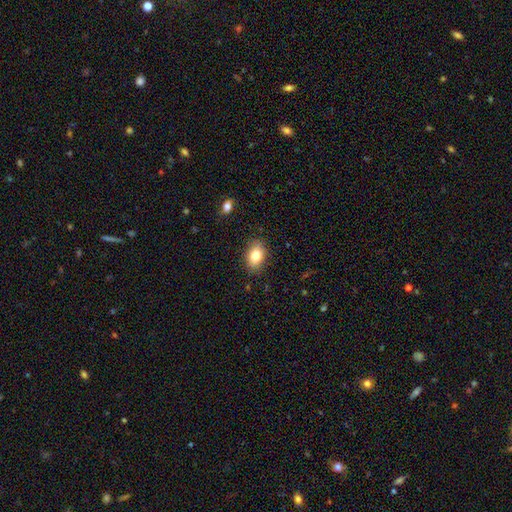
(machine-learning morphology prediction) smooth_or_featured: smooth (p=0.81) [alt: featured or disk p=0.10]
how_rounded: in between (p=0.82) [alt: round p=0.17]
merging: none (p=0.86) [alt: minor disturbance p=0.10]